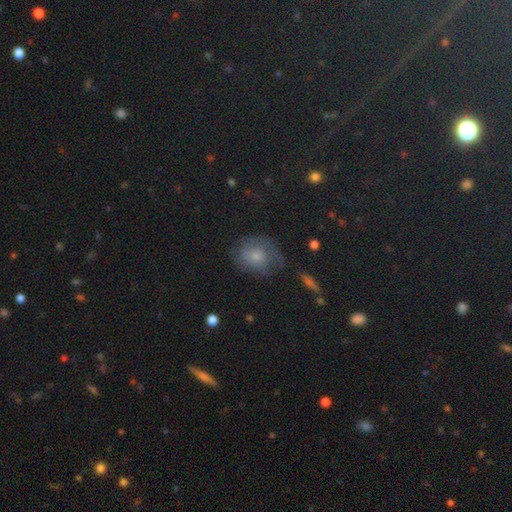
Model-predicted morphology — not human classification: Smooth or featured: smooth — 52% (featured or disk — 34%)
How rounded: round — 57% (in between — 41%)
Merging: none — 53% (minor disturbance — 27%)